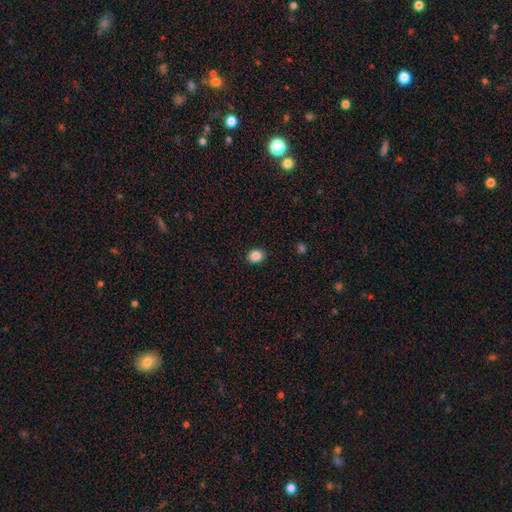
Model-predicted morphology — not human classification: This is clearly a smooth galaxy (86%). How rounded: likely round (71%). Merging: clearly none (91%).